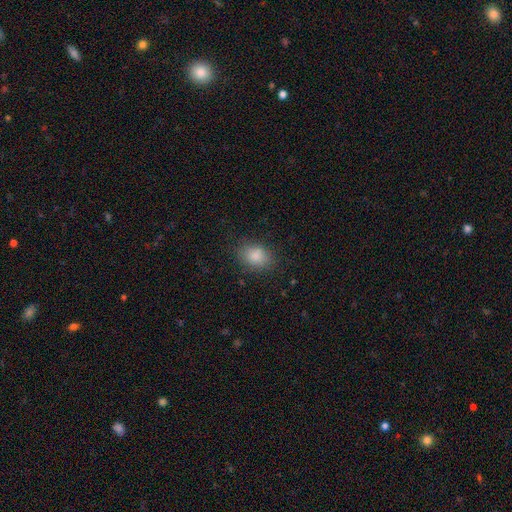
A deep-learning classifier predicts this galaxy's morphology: This is clearly a smooth galaxy (84%). How rounded: likely in between (70%). Merging: likely none (78%).